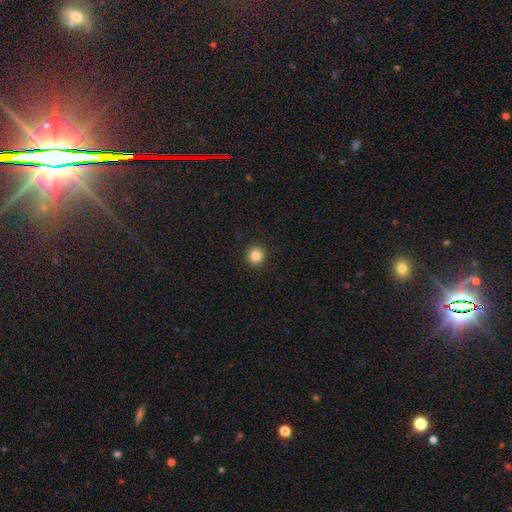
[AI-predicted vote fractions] The model was most divided on "smooth or featured": smooth: 85%, star or artifact: 11%, featured or disk: 4%. More confident: how rounded — round (96%); merging — none (93%).